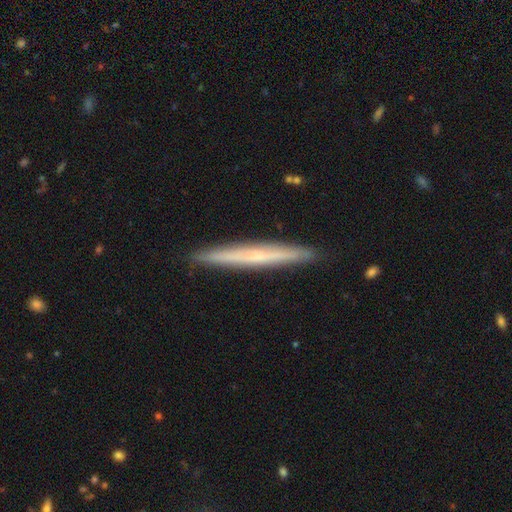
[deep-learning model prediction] smooth_or_featured: featured or disk (p=0.52) [alt: smooth p=0.42]
disk_edge_on: yes (p=0.96) [alt: no p=0.04]
edge_on_bulge: none (p=0.70) [alt: rounded p=0.25]
merging: none (p=0.92) [alt: minor disturbance p=0.06]